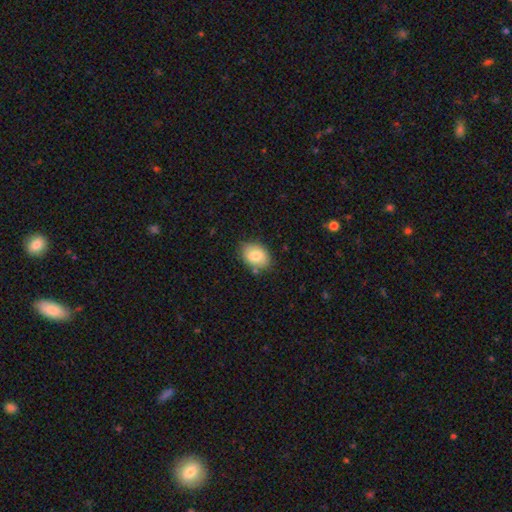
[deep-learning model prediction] smooth 79%, featured or disk 14%, star or artifact 8%. Down the decision tree: how rounded — in between (75%); merging — none (78%).